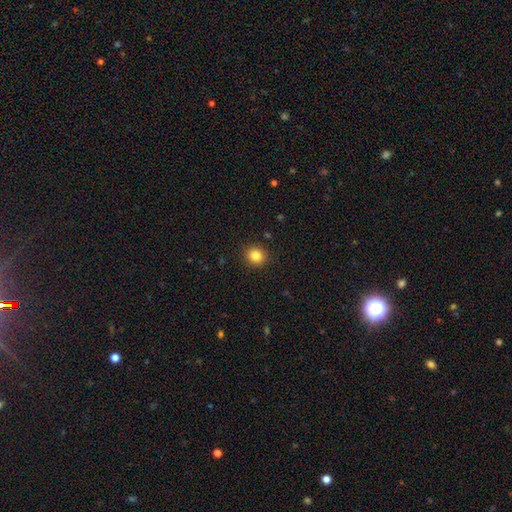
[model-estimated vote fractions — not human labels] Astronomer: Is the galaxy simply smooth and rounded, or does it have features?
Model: smooth — 83%.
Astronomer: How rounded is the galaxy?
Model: round — 86%.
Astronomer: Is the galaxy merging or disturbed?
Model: none — 91%.